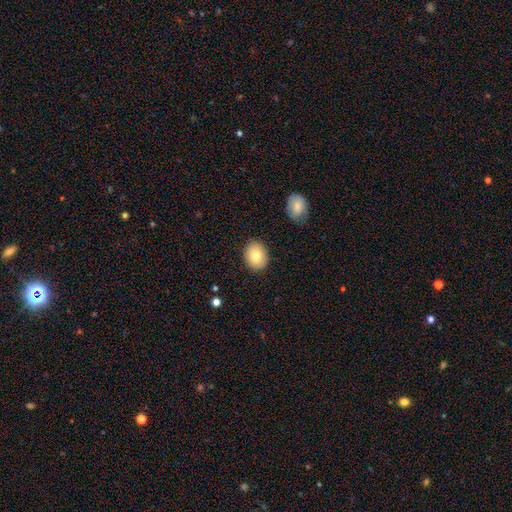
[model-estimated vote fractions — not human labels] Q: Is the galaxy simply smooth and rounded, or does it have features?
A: smooth — 82%.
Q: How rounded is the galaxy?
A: in between — 51%.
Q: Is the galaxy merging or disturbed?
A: none — 87%.